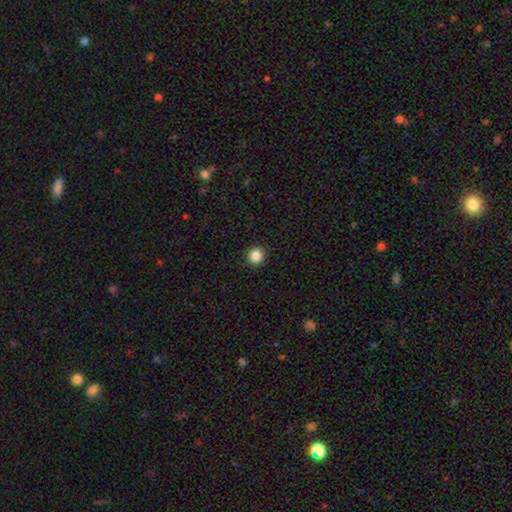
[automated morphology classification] Smooth or featured: smooth — 86% (star or artifact — 10%)
How rounded: round — 94% (in between — 5%)
Merging: none — 93% (minor disturbance — 4%)